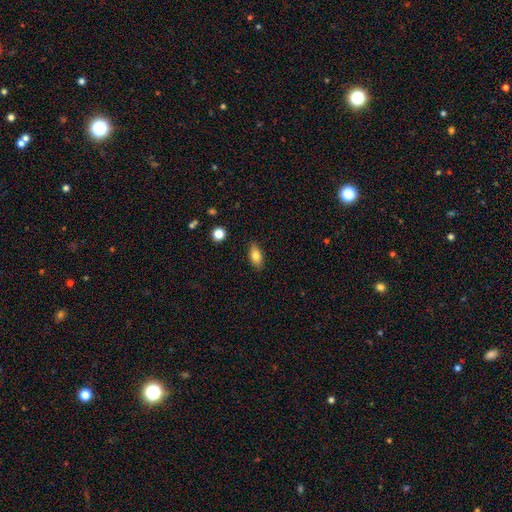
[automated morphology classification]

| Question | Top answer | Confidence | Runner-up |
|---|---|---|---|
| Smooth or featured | smooth | 80% | featured or disk (12%) |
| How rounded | in between | 86% | cigar-shaped (9%) |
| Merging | none | 86% | minor disturbance (10%) |